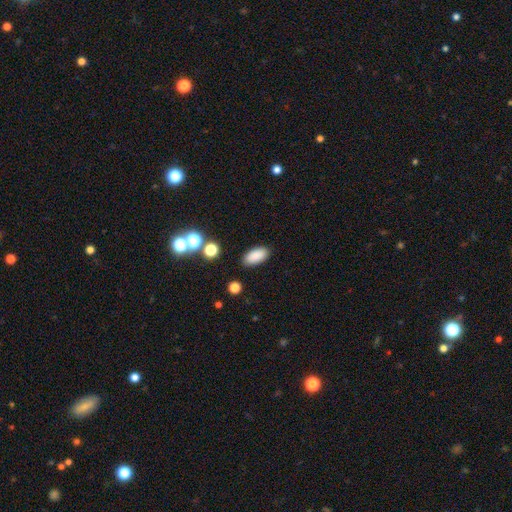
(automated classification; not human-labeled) Overall: smooth (87%). How rounded: in between (91%). Merging: none (88%).